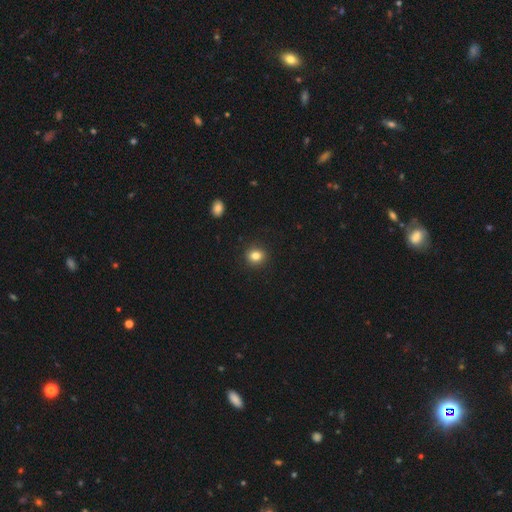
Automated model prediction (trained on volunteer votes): This is clearly a smooth galaxy (83%). How rounded: clearly round (82%). Merging: clearly none (91%).